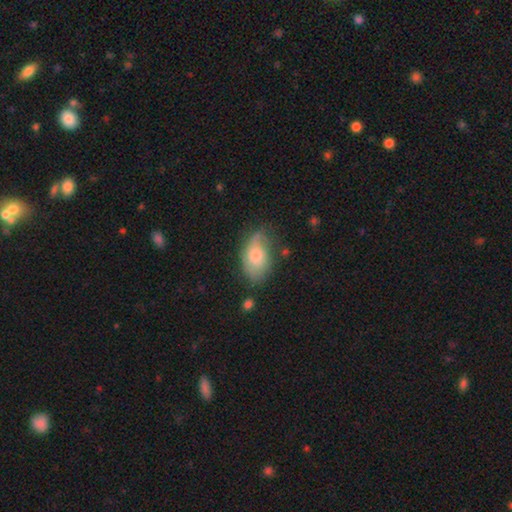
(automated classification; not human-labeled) A smooth galaxy with no disk features (57%) that is in between round and cigar-shaped (91%). Merging: none (57%).